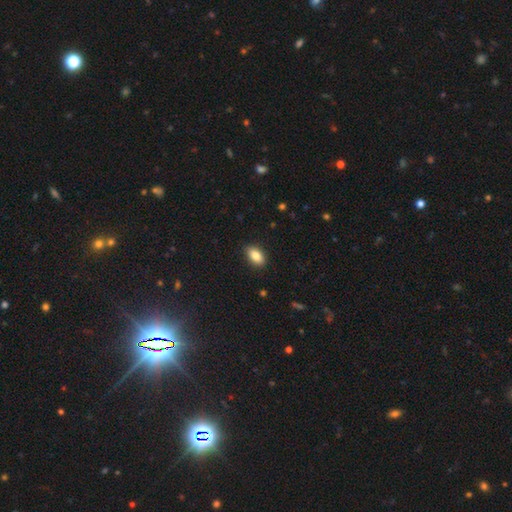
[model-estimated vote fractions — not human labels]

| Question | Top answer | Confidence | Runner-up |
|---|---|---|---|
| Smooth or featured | smooth | 86% | star or artifact (8%) |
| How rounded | in between | 90% | round (8%) |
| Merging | none | 88% | minor disturbance (9%) |